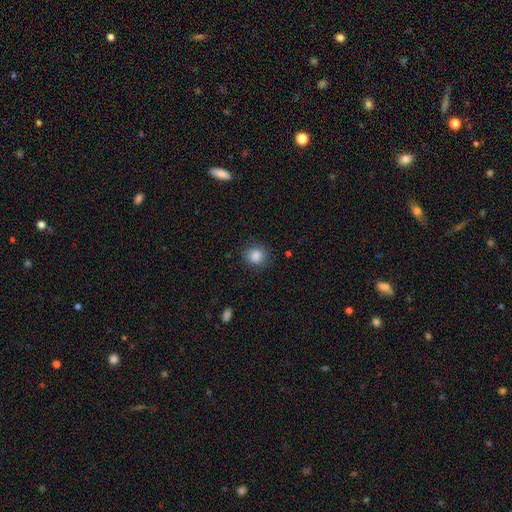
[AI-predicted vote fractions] This appears to be a smooth galaxy with no disk features (86%) that is round (83%). Merging: none (81%).